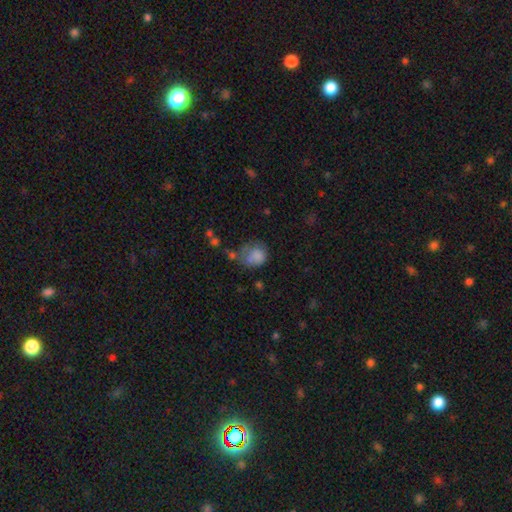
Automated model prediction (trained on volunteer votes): Q: Smooth or featured?
A: smooth (74%); runner-up: featured or disk (15%)
Q: How rounded?
A: round (62%); runner-up: in between (37%)
Q: Merging?
A: none (33%); runner-up: major disturbance (28%)